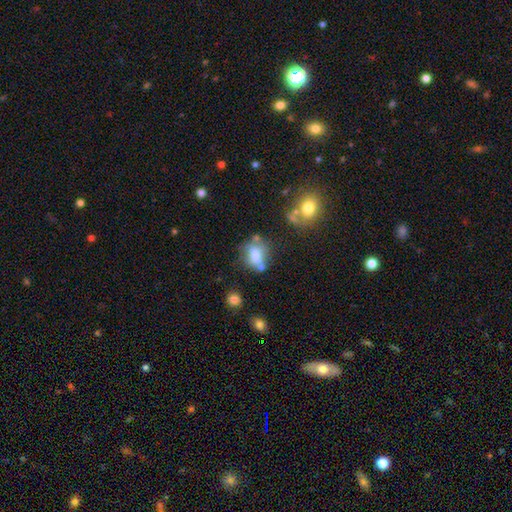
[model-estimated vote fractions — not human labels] Overall: smooth (65%). How rounded: in between (59%; round 38%). Merging: none (46%; merger 21%).